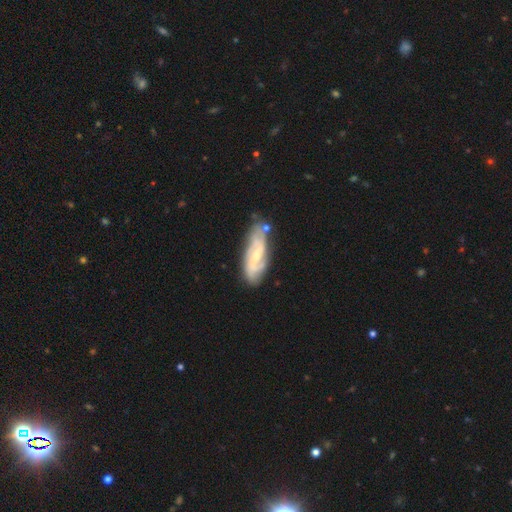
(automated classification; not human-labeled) Overall: featured or disk (75%). Edge-on disk: no (89%). Bar: weak (47%; no 36%). Spiral arms: yes (91%). Spiral arm count: 2 (60%; can't tell 22%). Spiral winding: medium (41%; loose 30%). Bulge size: small (57%; moderate 37%). Merging: none (68%).